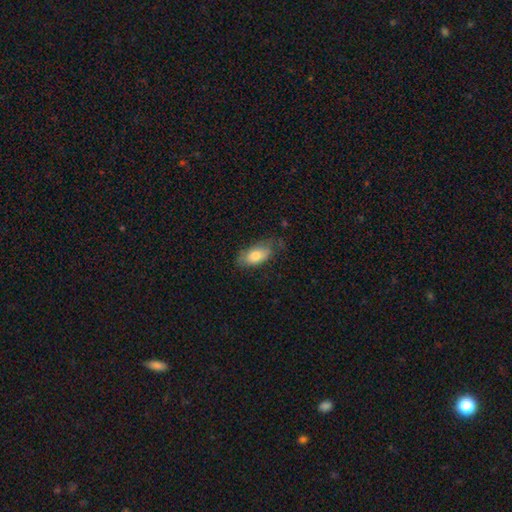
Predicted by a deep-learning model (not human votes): Q: Smooth or featured?
A: smooth (75%); runner-up: featured or disk (18%)
Q: How rounded?
A: in between (90%); runner-up: cigar-shaped (7%)
Q: Merging?
A: none (59%); runner-up: minor disturbance (30%)